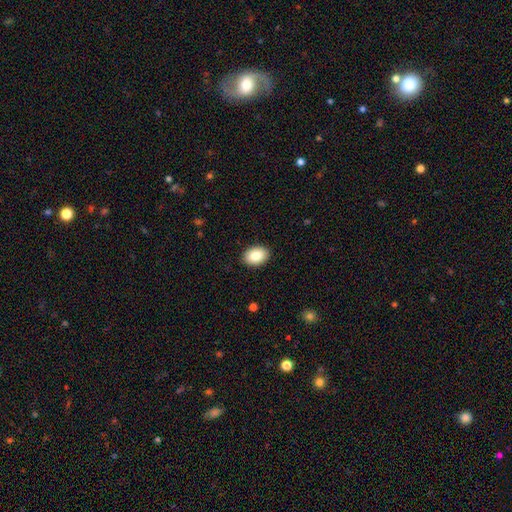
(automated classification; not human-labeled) Q: Smooth or featured?
A: smooth (85%); runner-up: star or artifact (7%)
Q: How rounded?
A: in between (82%); runner-up: round (17%)
Q: Merging?
A: none (90%); runner-up: minor disturbance (7%)